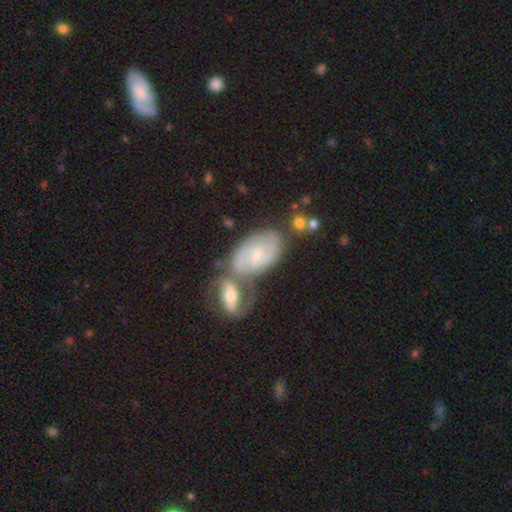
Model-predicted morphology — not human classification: This is likely a featured or disk galaxy (65%). It is clearly not viewed edge-on (93%). Bar: likely no (61%). Spiral arm pattern: likely yes (76%). Central bulge: likely small (65%). Merging: possibly merger (46%).